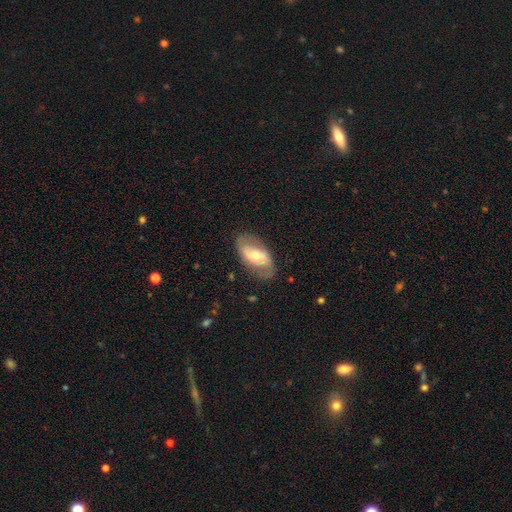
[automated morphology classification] The model was most divided on "bar": no: 40%, weak: 34%, strong: 26%. More confident: edge-on disk — no (91%); merging — none (74%); spiral arms — yes (68%); bulge size — moderate (62%); smooth or featured — featured or disk (61%).